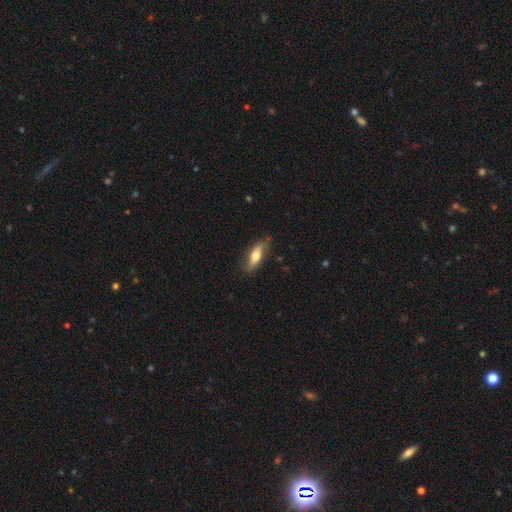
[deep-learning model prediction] Overall: smooth (58%; featured or disk 35%). How rounded: in between (61%; cigar-shaped 36%). Merging: none (75%).